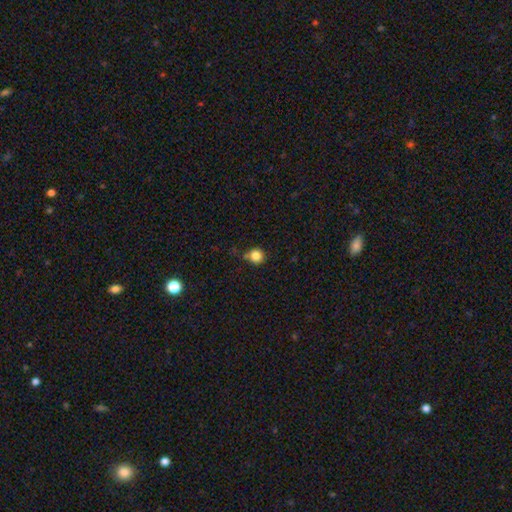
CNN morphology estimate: This is clearly a smooth galaxy (83%). How rounded: clearly round (91%). Merging: likely none (71%).